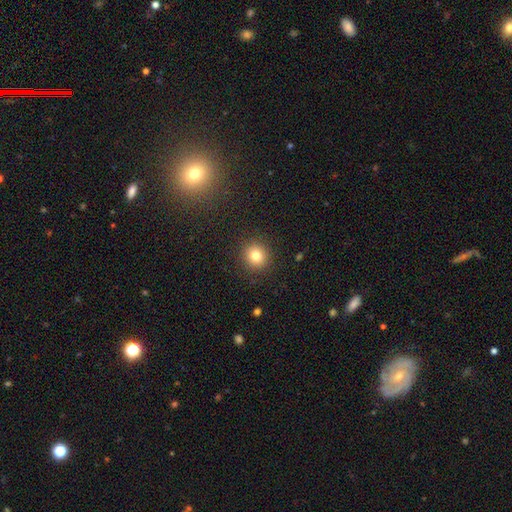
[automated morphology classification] Smooth or featured? Predicted: smooth (p=0.80). How rounded? Predicted: round (p=0.91). Merging? Predicted: none (p=0.90).